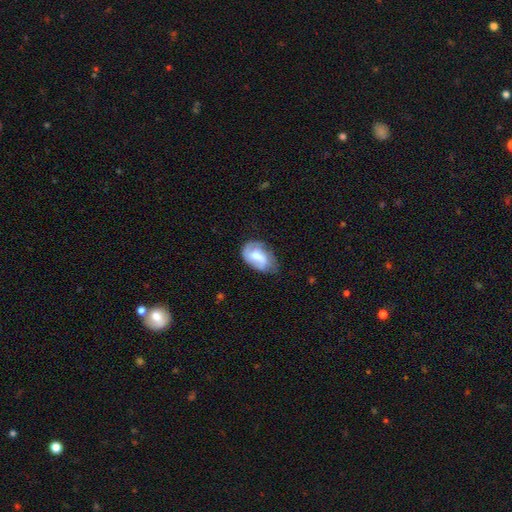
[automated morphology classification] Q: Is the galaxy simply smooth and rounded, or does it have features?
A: featured or disk — 63%.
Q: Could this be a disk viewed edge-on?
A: no — 96%.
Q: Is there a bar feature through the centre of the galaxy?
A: weak — 49%.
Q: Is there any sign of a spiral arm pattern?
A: yes — 85%.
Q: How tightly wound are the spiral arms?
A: medium — 43%.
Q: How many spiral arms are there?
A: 2 — 59%.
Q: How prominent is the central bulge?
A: moderate — 64%.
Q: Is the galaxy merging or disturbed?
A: none — 56%.